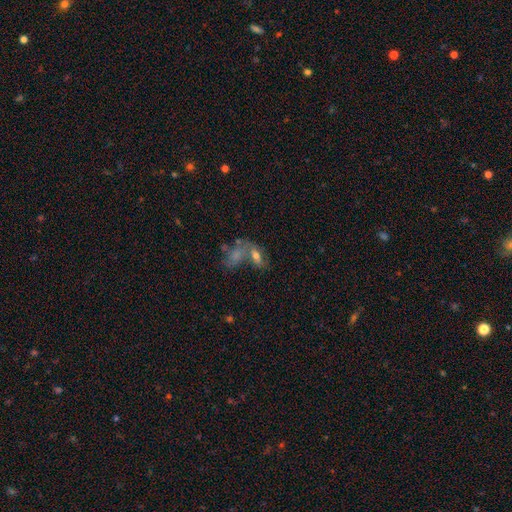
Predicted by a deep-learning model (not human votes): A smooth galaxy with no disk features (57%) that is in between round and cigar-shaped (78%). Merging: merger (49%).